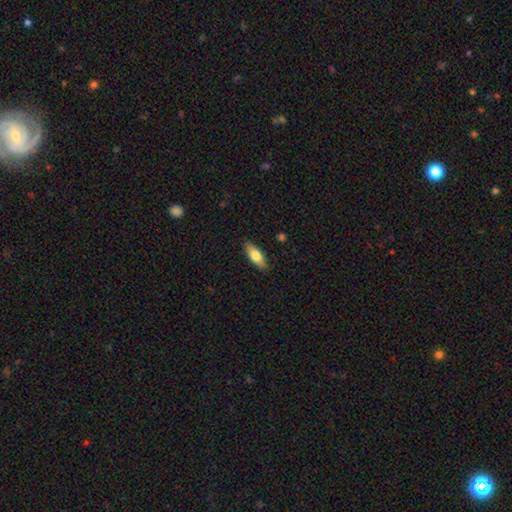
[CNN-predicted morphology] This is likely a smooth galaxy (71%). How rounded: likely in between (67%). Merging: clearly none (87%).